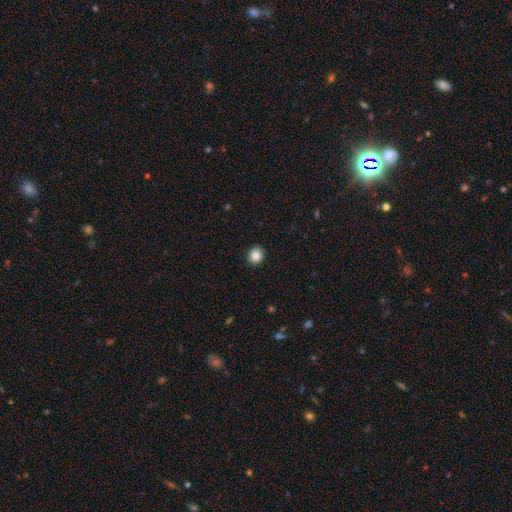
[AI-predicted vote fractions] smooth_or_featured: smooth (p=0.85) [alt: star or artifact p=0.10]
how_rounded: round (p=0.86) [alt: in between p=0.13]
merging: none (p=0.90) [alt: minor disturbance p=0.07]